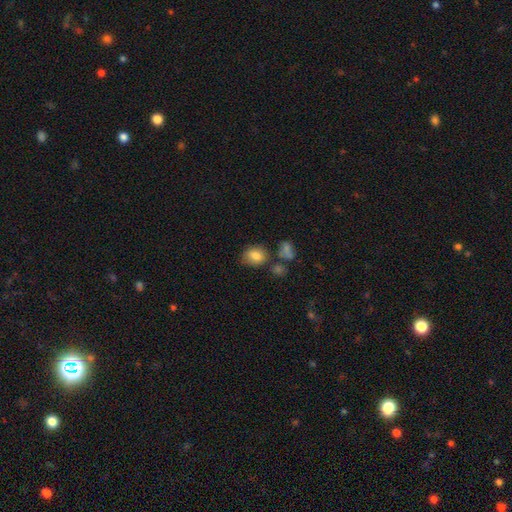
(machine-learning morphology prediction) A smooth galaxy with no disk features (80%) that is round (53%).

Vote fractions:
- Smooth or featured? smooth: 80% / featured or disk: 10% / star or artifact: 10%
- How rounded? round: 53% / in between: 46% / cigar-shaped: 1%
- Merging? none: 66% / minor disturbance: 19% / merger: 10% / major disturbance: 5%